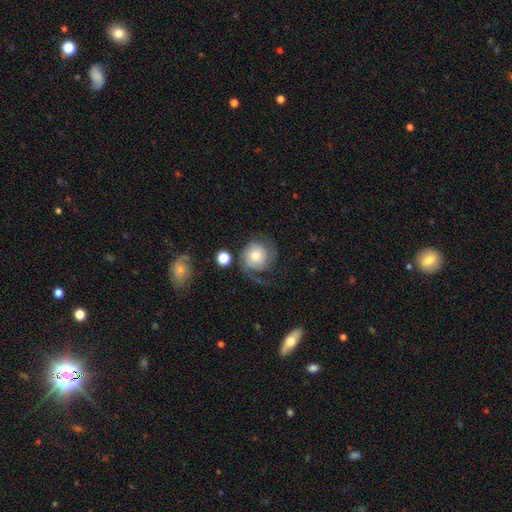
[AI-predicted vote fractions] Smooth or featured?
  - featured or disk: 55% *
  - smooth: 36%
  - star or artifact: 8%
Edge-on disk?
  - no: 97% *
  - yes: 3%
Bar?
  - no: 78% *
  - weak: 19%
  - strong: 3%
Spiral arms?
  - yes: 87% *
  - no: 13%
Bulge size?
  - moderate: 53% *
  - small: 23%
  - large: 17%
  - dominant: 4%
  - none: 4%
Merging?
  - none: 48% *
  - major disturbance: 28%
  - minor disturbance: 19%
  - merger: 5%